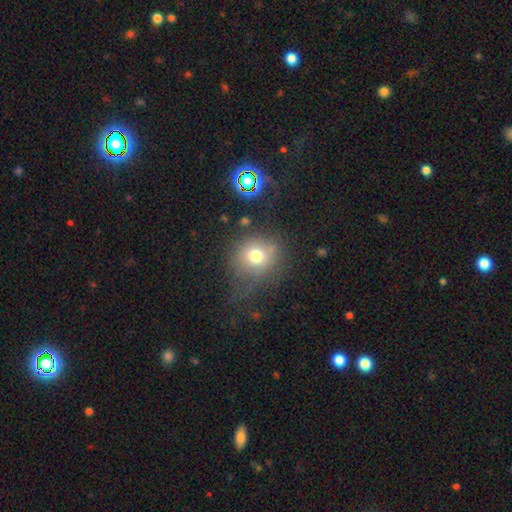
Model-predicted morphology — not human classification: This appears to be a smooth galaxy with no disk features (72%) that is round (83%). Merging: none (54%).